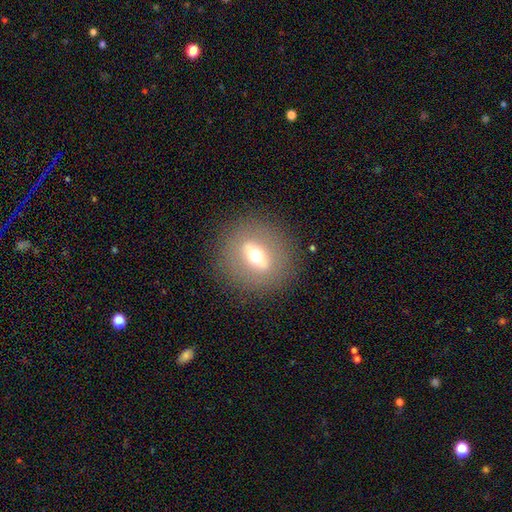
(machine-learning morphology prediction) The model was most divided on "smooth or featured": featured or disk: 47%, smooth: 42%, star or artifact: 12%. More confident: merging — none (85%).